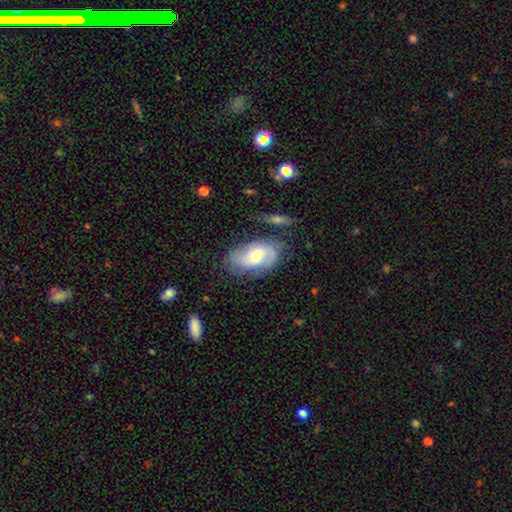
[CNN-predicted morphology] Smooth or featured? Predicted: featured or disk (p=0.59). Edge-on disk? Predicted: no (p=0.94). Bar? Predicted: no (p=0.48). Spiral arms? Predicted: yes (p=0.84). Bulge size? Predicted: moderate (p=0.51). Merging? Predicted: none (p=0.61).